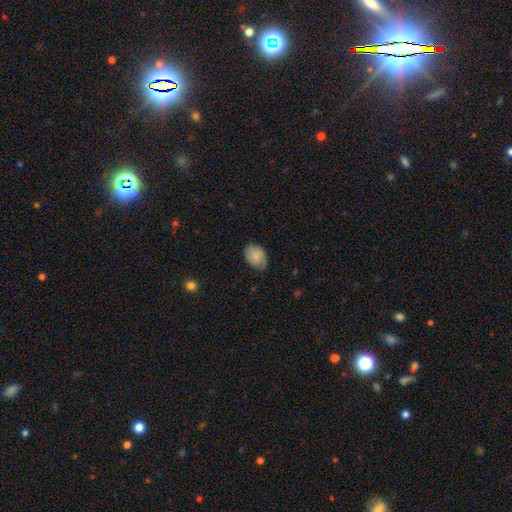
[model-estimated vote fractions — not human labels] Smooth or featured: smooth — 86% (featured or disk — 7%)
How rounded: in between — 77% (round — 22%)
Merging: none — 74% (minor disturbance — 21%)